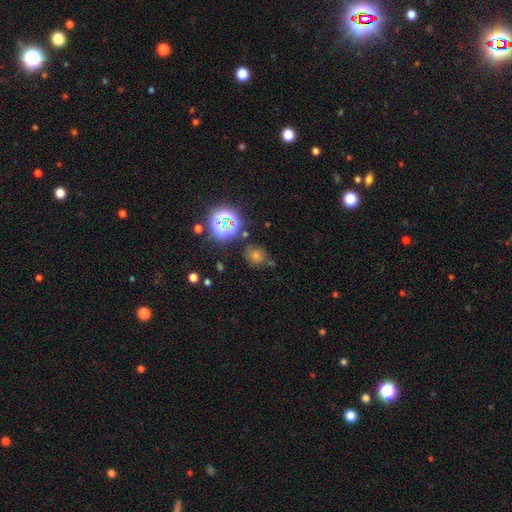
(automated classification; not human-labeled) star or artifact 51%, smooth 39%, featured or disk 10%.